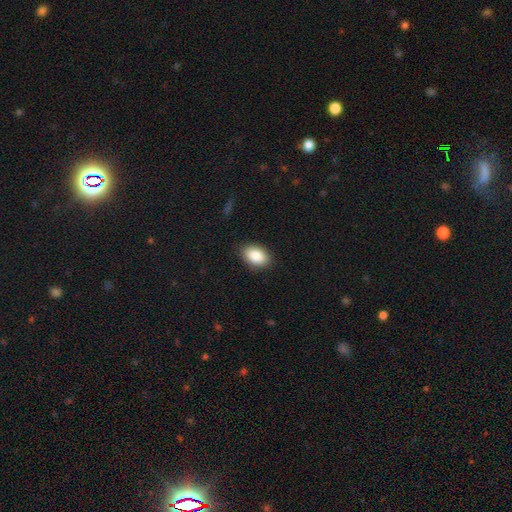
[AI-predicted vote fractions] Morphology: type=smooth (87%); roundness=in between (89%); merging=none (88%).